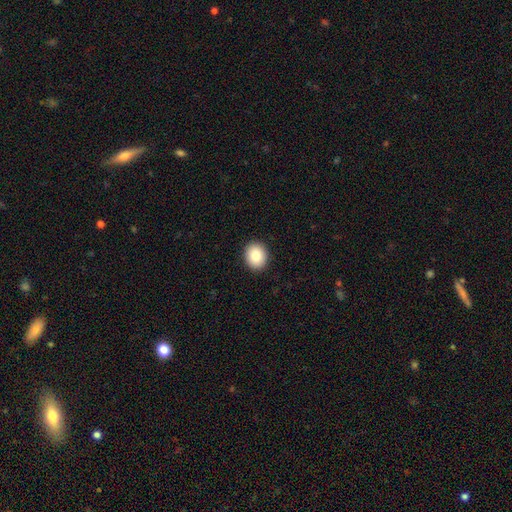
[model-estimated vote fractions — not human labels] This is clearly a smooth galaxy (84%). How rounded: likely round (69%). Merging: clearly none (92%).